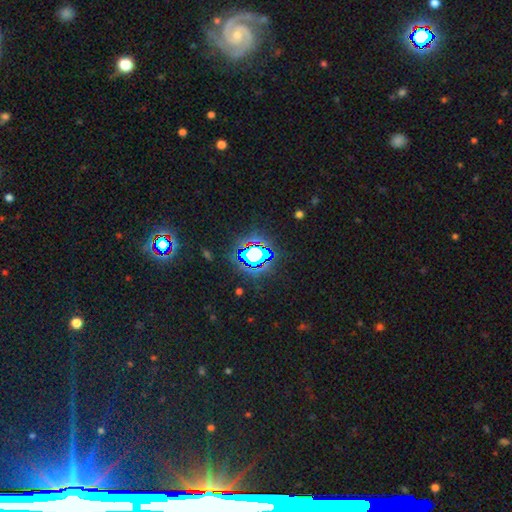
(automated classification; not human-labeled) This is likely a star or artifact rather than a galaxy (70%).